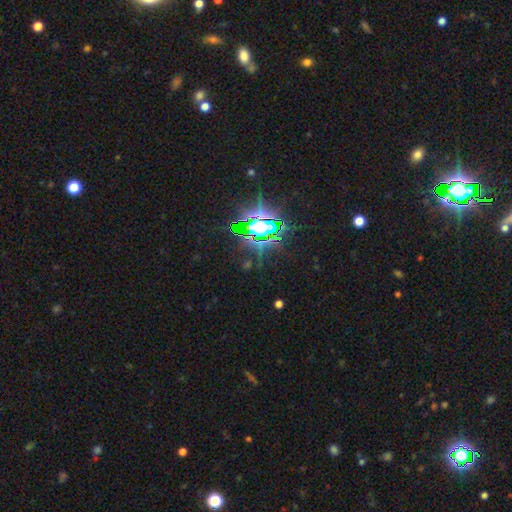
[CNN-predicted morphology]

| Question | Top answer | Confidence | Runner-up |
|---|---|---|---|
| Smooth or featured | star or artifact | 84% | smooth (8%) |